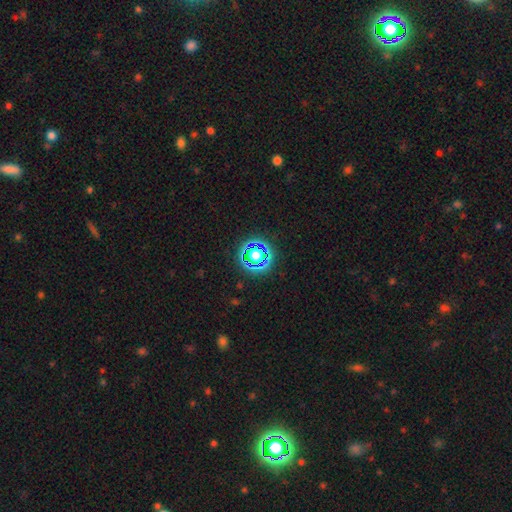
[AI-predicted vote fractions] smooth_or_featured: star or artifact (p=0.49) [alt: smooth p=0.36]